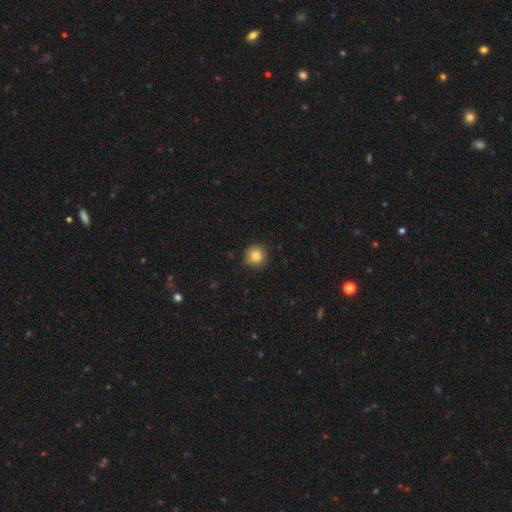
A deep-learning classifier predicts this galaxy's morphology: Smooth or featured? Predicted: smooth (p=0.83). How rounded? Predicted: round (p=0.93). Merging? Predicted: none (p=0.89).